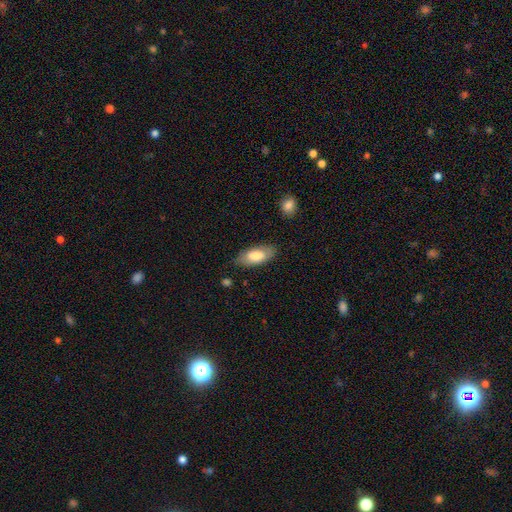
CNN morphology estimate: Smooth or featured? smooth (77%)
How rounded? in between (86%)
Merging? none (80%)